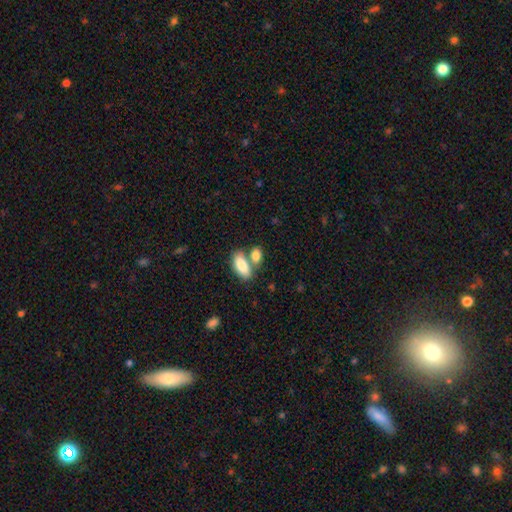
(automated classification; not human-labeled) smooth_or_featured: smooth (p=0.84) [alt: featured or disk p=0.09]
how_rounded: in between (p=0.85) [alt: round p=0.08]
merging: merger (p=0.44) [alt: none p=0.42]